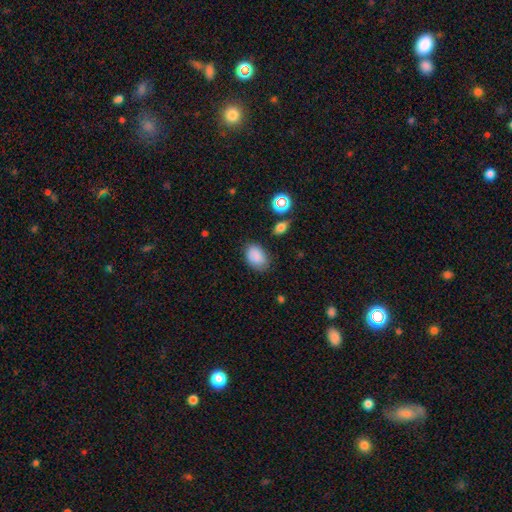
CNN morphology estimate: smooth_or_featured: smooth (p=0.85) [alt: star or artifact p=0.09]
how_rounded: in between (p=0.83) [alt: round p=0.16]
merging: none (p=0.75) [alt: minor disturbance p=0.18]